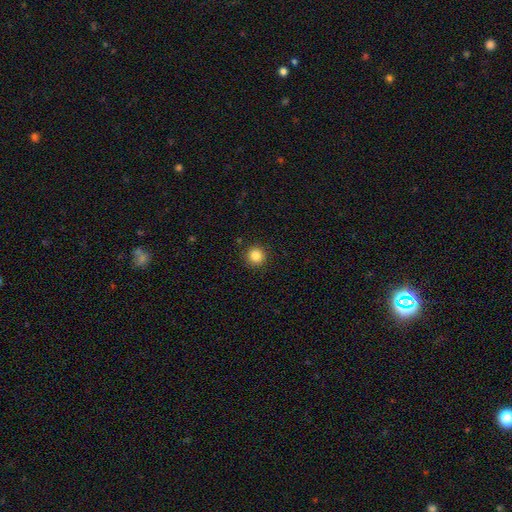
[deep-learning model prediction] A smooth galaxy with no disk features (85%) that is round (94%).

Vote fractions:
- Smooth or featured? smooth: 85% / star or artifact: 11% / featured or disk: 4%
- How rounded? round: 94% / in between: 5% / cigar-shaped: 1%
- Merging? none: 92% / minor disturbance: 5% / major disturbance: 2% / merger: 1%